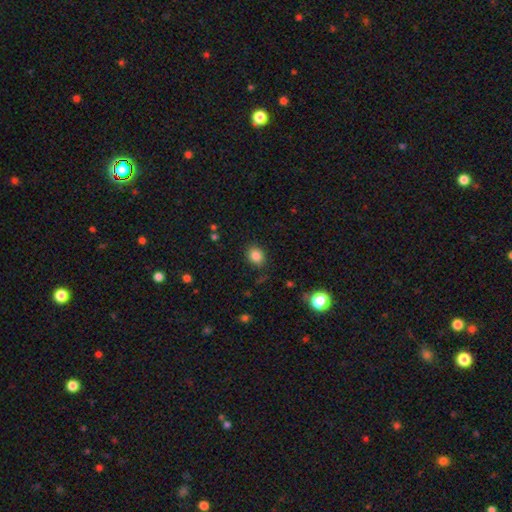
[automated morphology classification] Smooth or featured: smooth — 85% (star or artifact — 11%)
How rounded: round — 54% (in between — 45%)
Merging: none — 84% (minor disturbance — 12%)